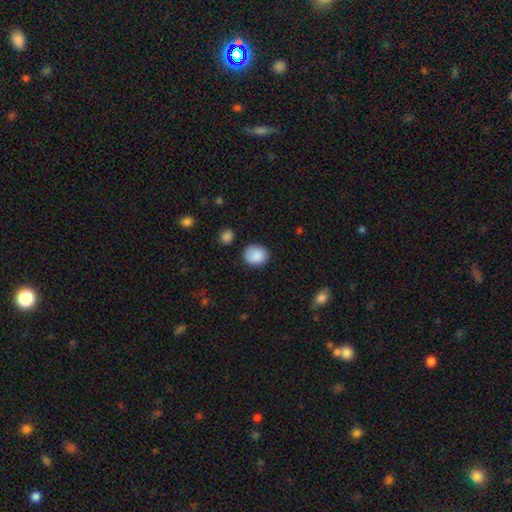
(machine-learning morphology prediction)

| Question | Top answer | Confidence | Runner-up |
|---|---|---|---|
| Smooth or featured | smooth | 87% | star or artifact (8%) |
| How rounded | round | 73% | in between (27%) |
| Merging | none | 83% | minor disturbance (12%) |